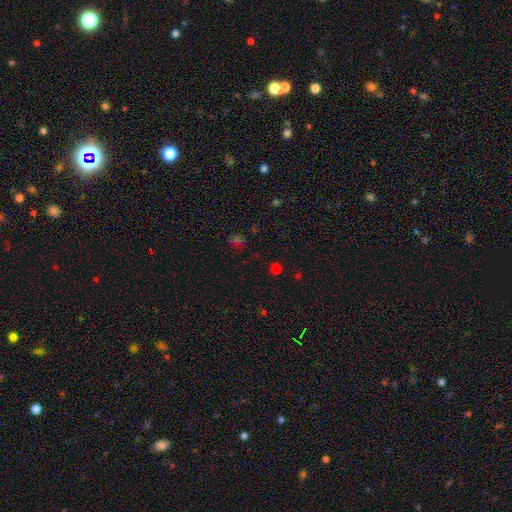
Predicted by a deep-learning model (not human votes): smooth 61%, star or artifact 34%, featured or disk 5%. Down the decision tree: how rounded — round (83%); merging — none (85%).